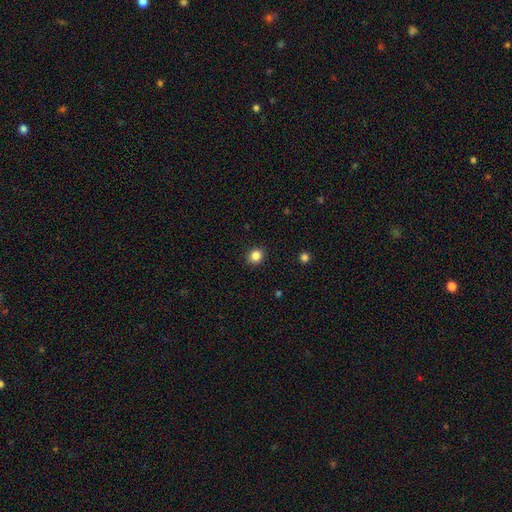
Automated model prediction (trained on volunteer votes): Morphology: type=smooth (84%); roundness=round (82%); merging=none (91%).